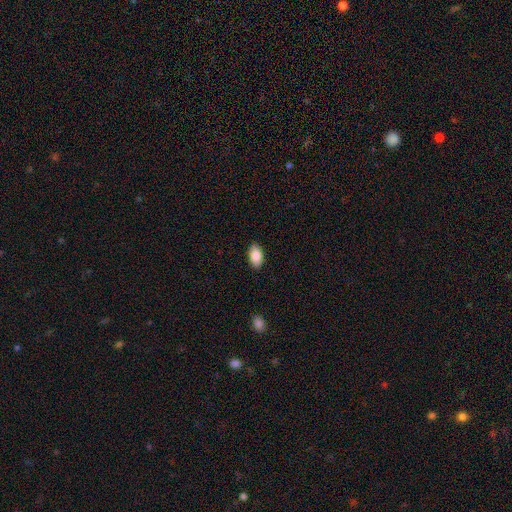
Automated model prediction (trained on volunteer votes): Smooth or featured: smooth — 86% (featured or disk — 7%)
How rounded: in between — 93% (round — 4%)
Merging: none — 89% (minor disturbance — 8%)